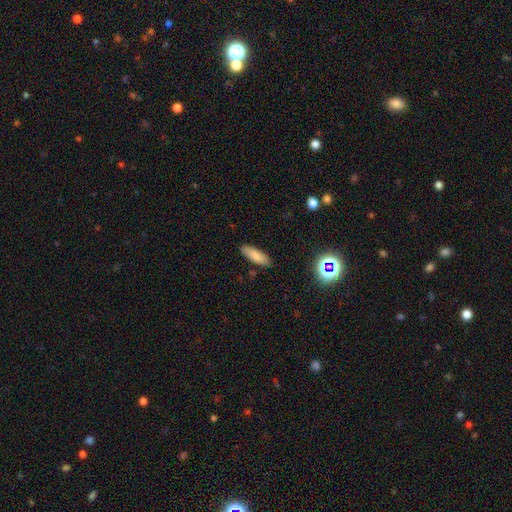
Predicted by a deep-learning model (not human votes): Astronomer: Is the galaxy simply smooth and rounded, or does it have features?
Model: smooth — 82%.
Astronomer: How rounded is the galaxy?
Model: in between — 54% (runner-up: cigar-shaped, 44%).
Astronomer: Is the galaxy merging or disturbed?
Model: none — 87%.